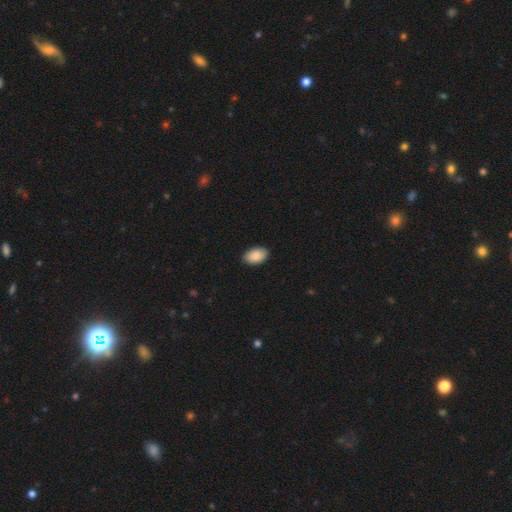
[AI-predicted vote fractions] Q: Smooth or featured?
A: smooth (90%); runner-up: star or artifact (6%)
Q: How rounded?
A: in between (94%); runner-up: round (4%)
Q: Merging?
A: none (88%); runner-up: minor disturbance (9%)